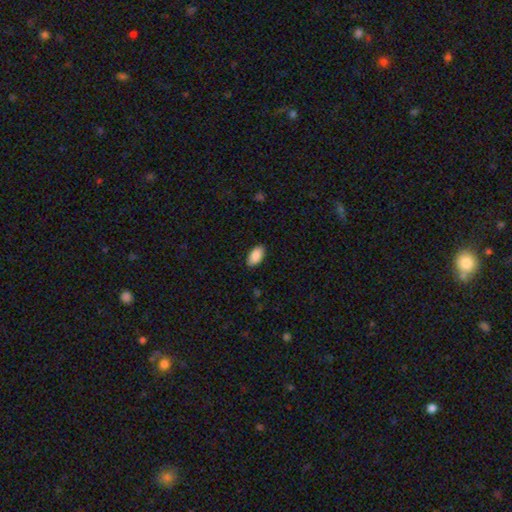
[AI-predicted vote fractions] The model was most divided on "merging": none: 88%, minor disturbance: 9%, major disturbance: 2%, merger: 1%. More confident: how rounded — in between (95%); smooth or featured — smooth (89%).